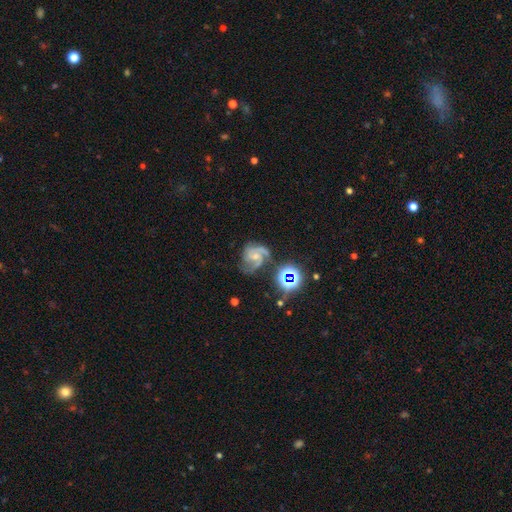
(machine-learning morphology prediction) Smooth or featured?
  - featured or disk: 80% *
  - star or artifact: 12%
  - smooth: 8%
Edge-on disk?
  - no: 98% *
  - yes: 2%
Bar?
  - no: 61% *
  - weak: 31%
  - strong: 8%
Spiral arms?
  - yes: 97% *
  - no: 3%
Spiral winding?
  - medium: 54% *
  - tight: 31%
  - loose: 15%
Spiral arm count?
  - 3: 42% *
  - 2: 39%
  - can't tell: 8%
  - 1: 5%
  - 4: 4%
  - more than 4: 3%
Bulge size?
  - small: 56% *
  - moderate: 36%
  - none: 6%
  - large: 2%
  - dominant: 1%
Merging?
  - none: 54% *
  - minor disturbance: 24%
  - major disturbance: 17%
  - merger: 5%